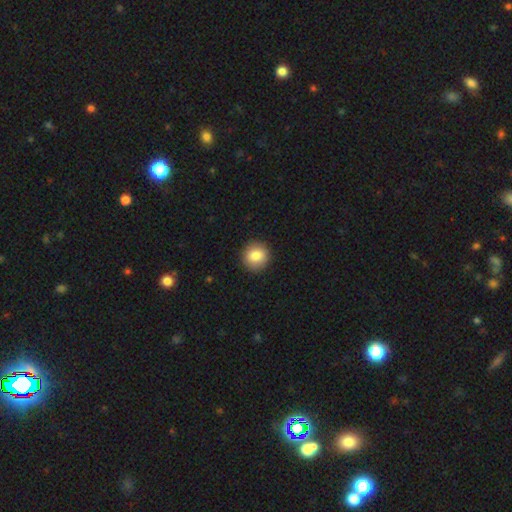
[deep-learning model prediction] smooth_or_featured: smooth (p=0.85) [alt: star or artifact p=0.08]
how_rounded: round (p=0.90) [alt: in between p=0.09]
merging: none (p=0.91) [alt: minor disturbance p=0.06]